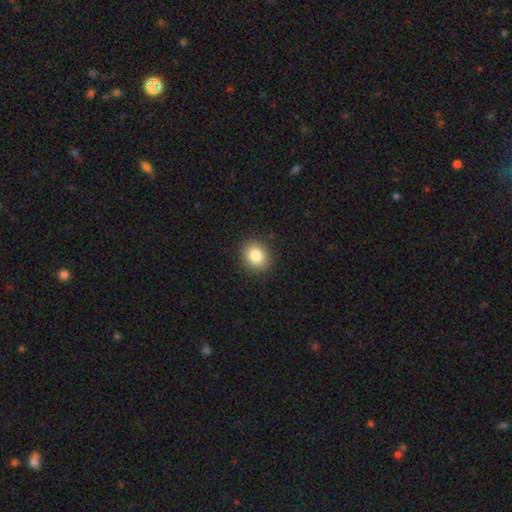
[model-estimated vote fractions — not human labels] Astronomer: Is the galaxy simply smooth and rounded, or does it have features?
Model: smooth — 84%.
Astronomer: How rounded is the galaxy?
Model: round — 69%.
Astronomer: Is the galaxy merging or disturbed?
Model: none — 90%.